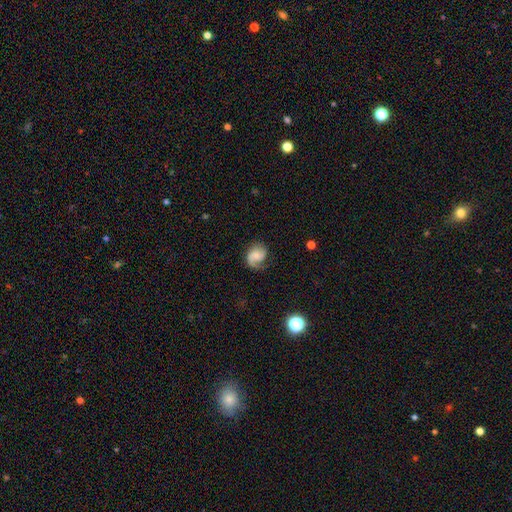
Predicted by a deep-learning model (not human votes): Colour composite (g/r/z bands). It shows a featured or disk galaxy (71%) with no bar (63%), 2 (55%) medium (45%) spiral arms (95%) and a small central bulge (49%). Merging: none (64%).